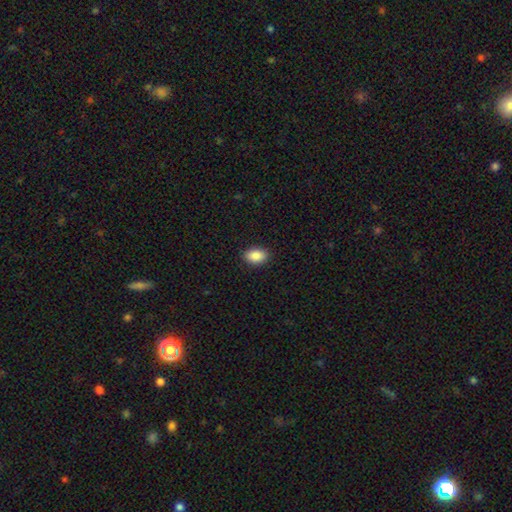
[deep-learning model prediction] Smooth or featured? smooth (89%)
How rounded? in between (86%)
Merging? none (90%)